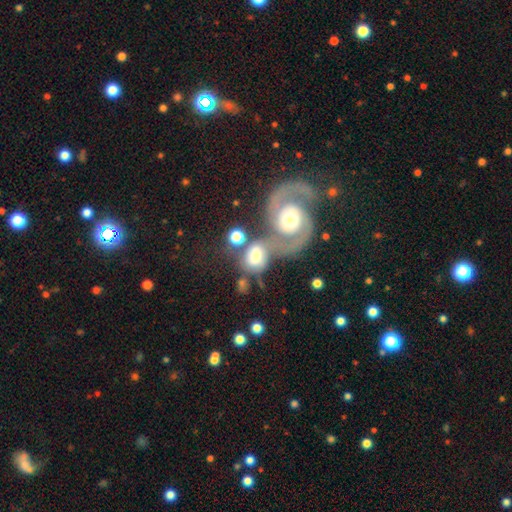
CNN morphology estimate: featured or disk 55%, smooth 36%, star or artifact 9%. Down the decision tree: edge-on disk — no (96%); bar — no (60%); spiral arms — yes (79%); bulge size — moderate (52%); merging — merger (60%).